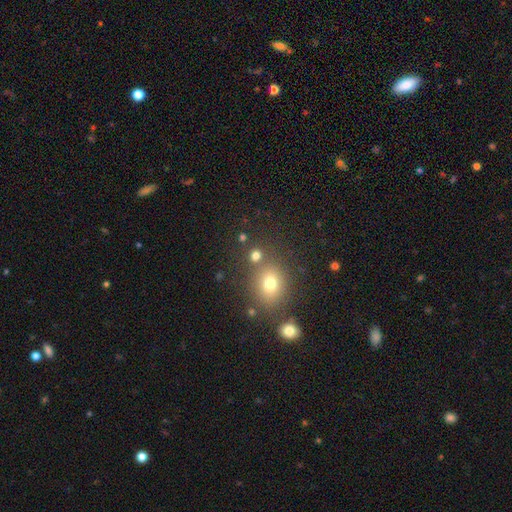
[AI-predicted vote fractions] This appears to be a smooth galaxy with no disk features (74%) that is round (80%). Merging: none (72%).